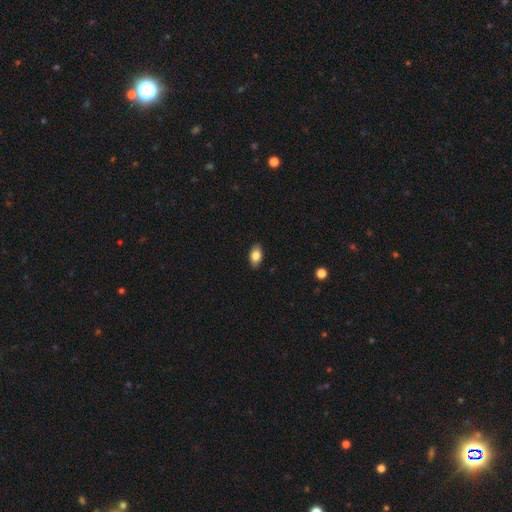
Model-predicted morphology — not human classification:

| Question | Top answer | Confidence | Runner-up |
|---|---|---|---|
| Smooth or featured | smooth | 83% | featured or disk (10%) |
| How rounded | in between | 91% | round (7%) |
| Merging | none | 88% | minor disturbance (10%) |